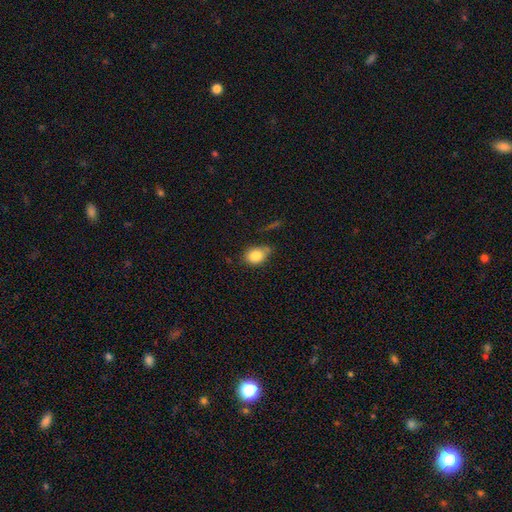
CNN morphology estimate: Smooth or featured? smooth (83%)
How rounded? in between (62%)
Merging? none (55%)